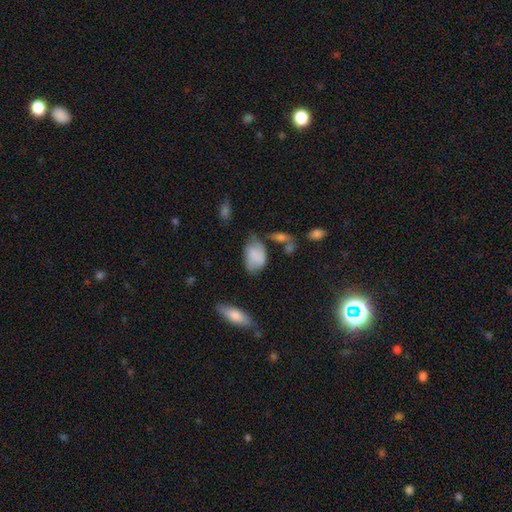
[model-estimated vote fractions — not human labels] The model was most divided on "merging": none: 41%, minor disturbance: 34%, major disturbance: 15%, merger: 10%. More confident: how rounded — in between (89%); smooth or featured — smooth (75%).